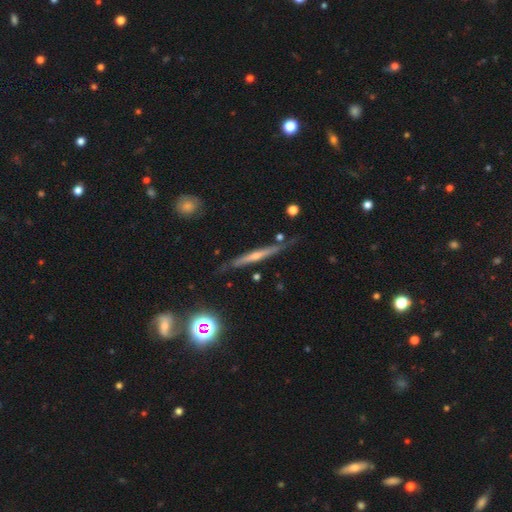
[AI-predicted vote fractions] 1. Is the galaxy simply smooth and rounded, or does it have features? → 69% featured or disk, 22% smooth, 9% star or artifact.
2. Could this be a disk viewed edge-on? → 96% yes, 4% no.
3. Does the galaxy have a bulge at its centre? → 59% rounded, 33% none, 8% boxy.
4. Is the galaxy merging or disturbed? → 79% none, 15% minor disturbance, 3% major disturbance, 3% merger.